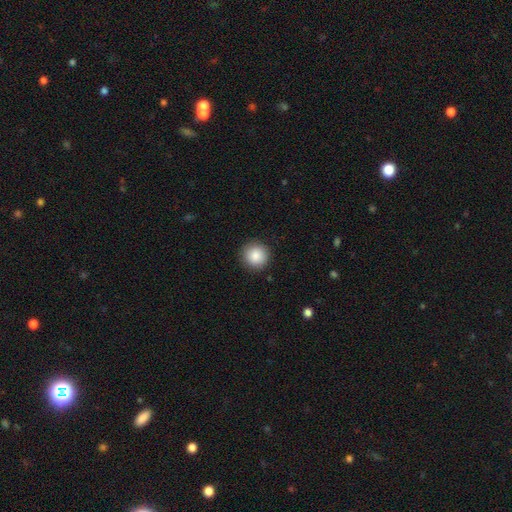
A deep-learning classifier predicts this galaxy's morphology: type=smooth (87%); roundness=round (94%); merging=none (90%).